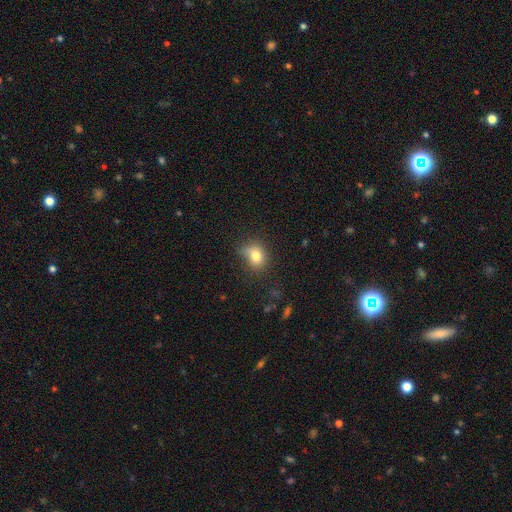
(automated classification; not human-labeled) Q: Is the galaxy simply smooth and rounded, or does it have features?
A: smooth — 77%.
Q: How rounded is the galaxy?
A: round — 54%.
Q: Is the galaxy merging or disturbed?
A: none — 54%.